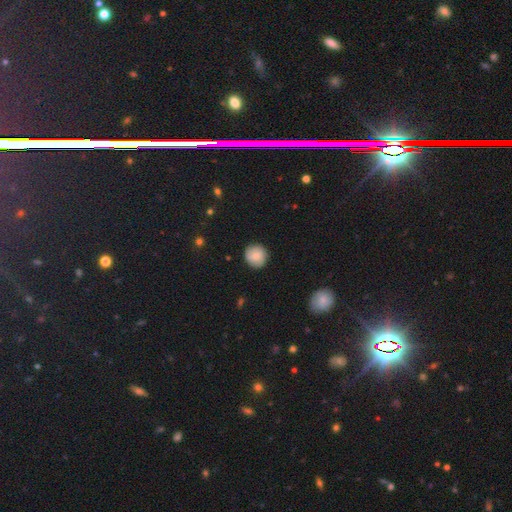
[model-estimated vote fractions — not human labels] Morphology: type=smooth (81%); roundness=round (91%); merging=none (87%).